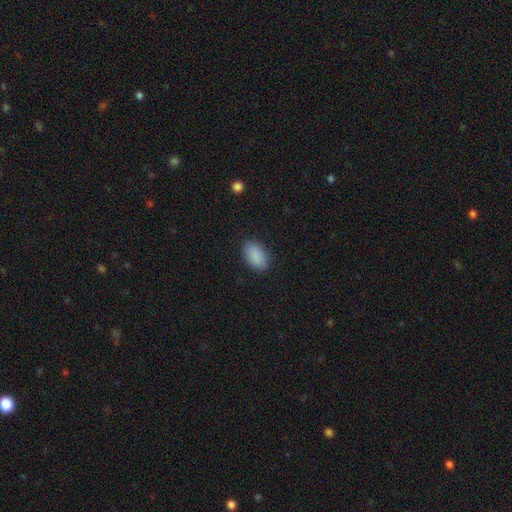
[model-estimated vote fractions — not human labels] smooth-or-featured: smooth: 90% | star or artifact: 7% | featured or disk: 3%
  how-rounded: in between: 93% | round: 5% | cigar-shaped: 2%
  merging: none: 87% | minor disturbance: 10% | major disturbance: 3% | merger: 1%